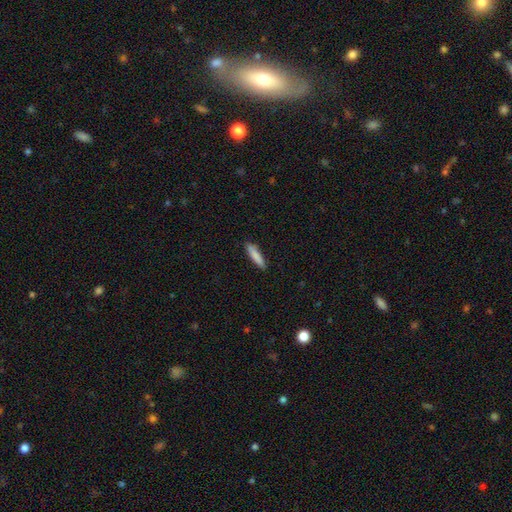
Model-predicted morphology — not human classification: A smooth galaxy with no disk features (85%) that is cigar-shaped (82%).

Vote fractions:
- Smooth or featured? smooth: 85% / featured or disk: 9% / star or artifact: 6%
- How rounded? cigar-shaped: 82% / in between: 17% / round: 1%
- Merging? none: 87% / minor disturbance: 10% / major disturbance: 2% / merger: 1%